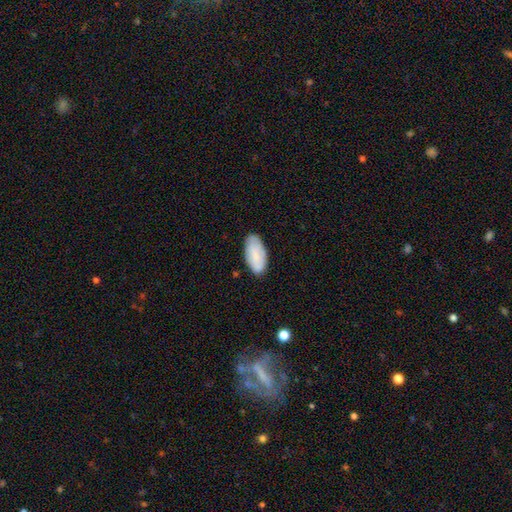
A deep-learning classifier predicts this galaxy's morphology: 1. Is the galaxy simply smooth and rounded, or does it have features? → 76% smooth, 18% featured or disk, 7% star or artifact.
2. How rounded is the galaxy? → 94% in between, 4% cigar-shaped, 2% round.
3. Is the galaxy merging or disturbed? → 78% none, 17% minor disturbance, 3% major disturbance, 1% merger.